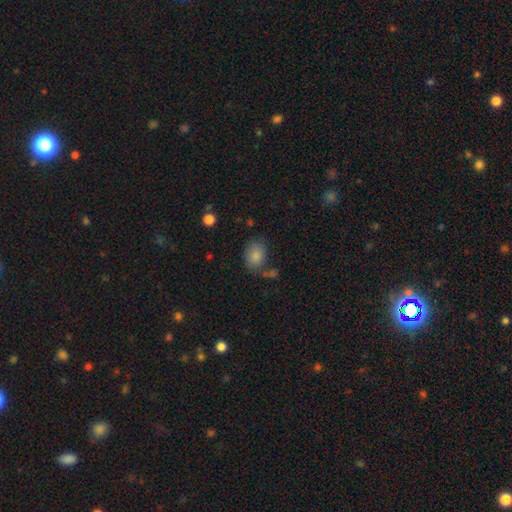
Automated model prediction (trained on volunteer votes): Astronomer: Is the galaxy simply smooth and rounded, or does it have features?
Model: smooth — 84%.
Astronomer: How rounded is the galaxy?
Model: in between — 67%.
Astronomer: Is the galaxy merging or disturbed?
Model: none — 65%.